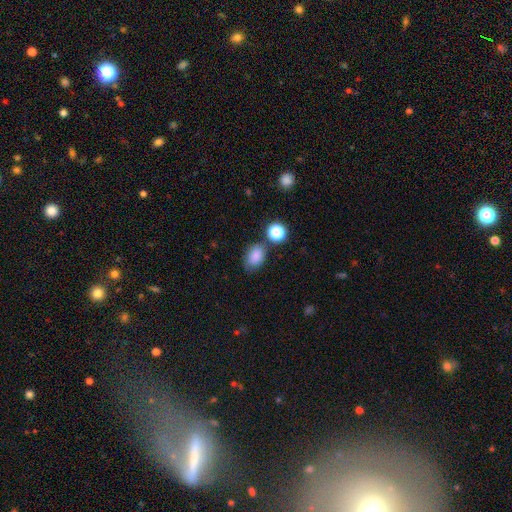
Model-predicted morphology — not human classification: smooth-or-featured: smooth: 81% | star or artifact: 12% | featured or disk: 7%
  how-rounded: in between: 71% | round: 28% | cigar-shaped: 1%
  merging: none: 66% | minor disturbance: 20% | merger: 9% | major disturbance: 5%